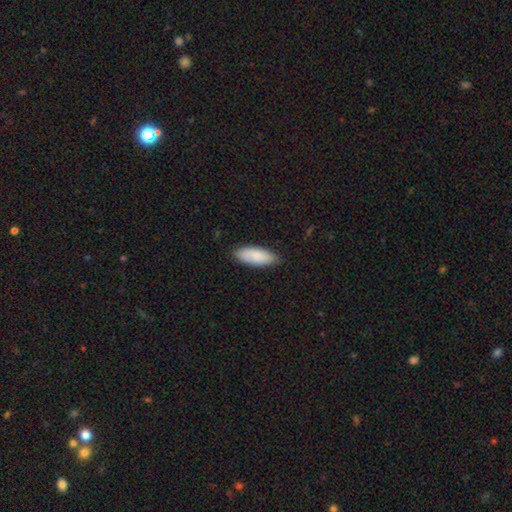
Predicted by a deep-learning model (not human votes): Q: Smooth or featured?
A: smooth (86%); runner-up: featured or disk (8%)
Q: How rounded?
A: in between (73%); runner-up: cigar-shaped (25%)
Q: Merging?
A: none (85%); runner-up: minor disturbance (12%)